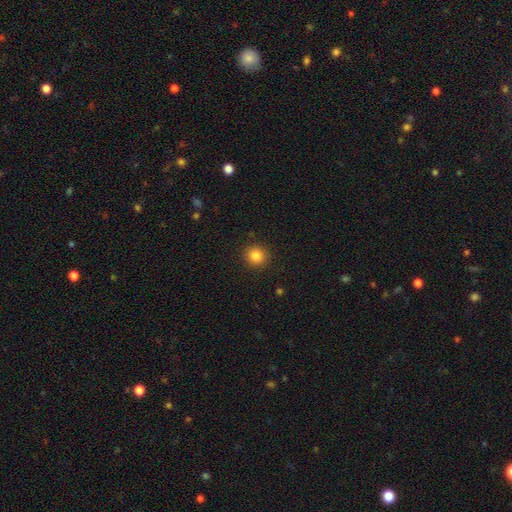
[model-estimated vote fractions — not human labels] Morphology: type=smooth (84%); roundness=round (89%); merging=none (91%).